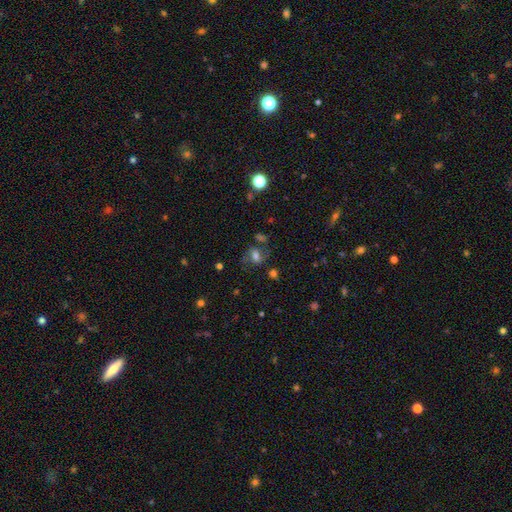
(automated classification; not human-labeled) Smooth or featured: smooth — 50% (featured or disk — 34%)
Merging: none — 56% (minor disturbance — 20%)